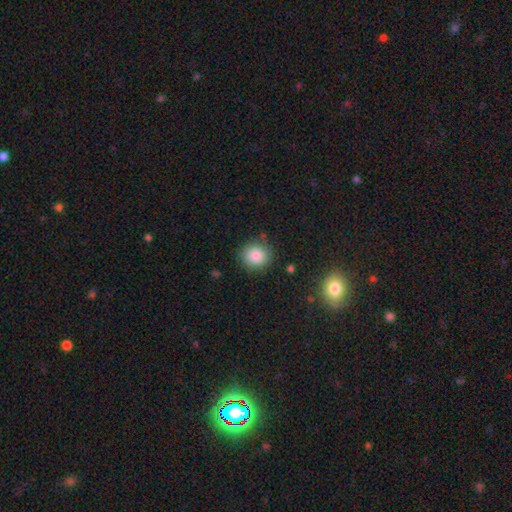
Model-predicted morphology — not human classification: Q: Smooth or featured?
A: smooth (85%); runner-up: star or artifact (9%)
Q: How rounded?
A: round (89%); runner-up: in between (10%)
Q: Merging?
A: none (83%); runner-up: minor disturbance (11%)